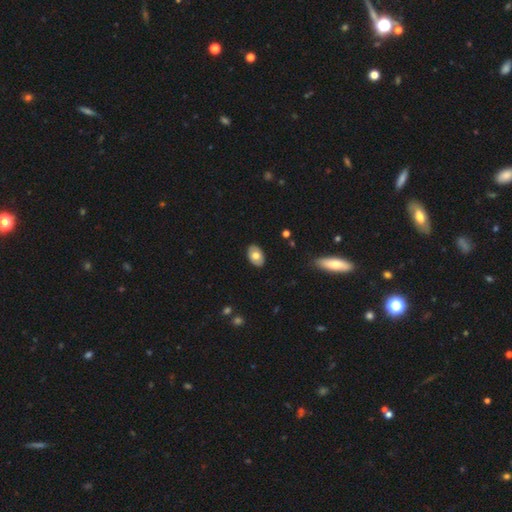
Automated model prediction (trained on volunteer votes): Smooth or featured?
  - smooth: 70% *
  - featured or disk: 23%
  - star or artifact: 6%
How rounded?
  - in between: 89% *
  - round: 10%
  - cigar-shaped: 1%
Merging?
  - none: 88% *
  - minor disturbance: 9%
  - major disturbance: 2%
  - merger: 1%